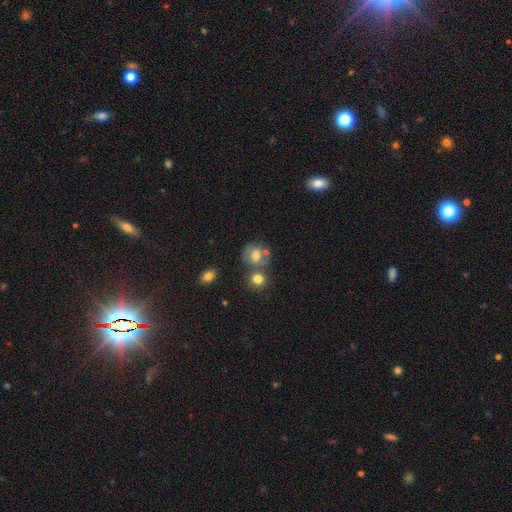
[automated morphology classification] smooth_or_featured: smooth (p=0.63) [alt: featured or disk p=0.25]
how_rounded: round (p=0.68) [alt: in between p=0.31]
merging: none (p=0.48) [alt: merger p=0.29]